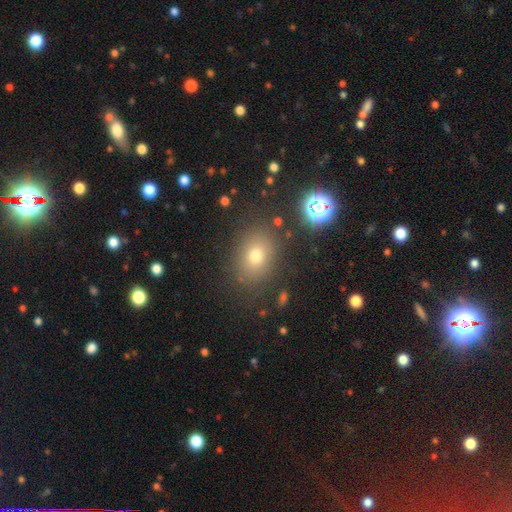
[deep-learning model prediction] Smooth or featured? Predicted: smooth (p=0.68). How rounded? Predicted: in between (p=0.54). Merging? Predicted: none (p=0.84).